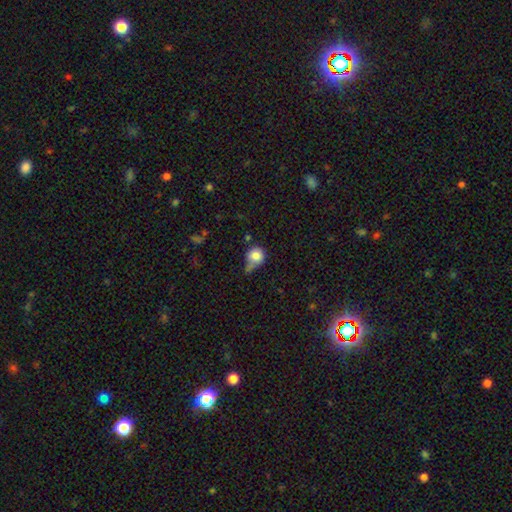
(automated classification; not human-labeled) Smooth or featured? smooth (79%)
How rounded? round (79%)
Merging? minor disturbance (35%)